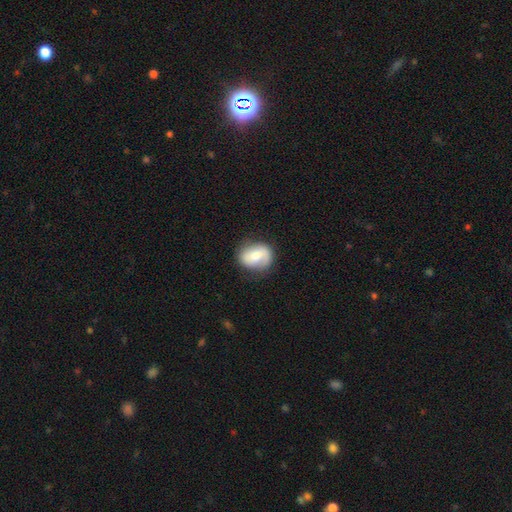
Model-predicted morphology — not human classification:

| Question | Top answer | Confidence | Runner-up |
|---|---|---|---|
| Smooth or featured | smooth | 48% | featured or disk (45%) |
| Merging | none | 73% | minor disturbance (19%) |